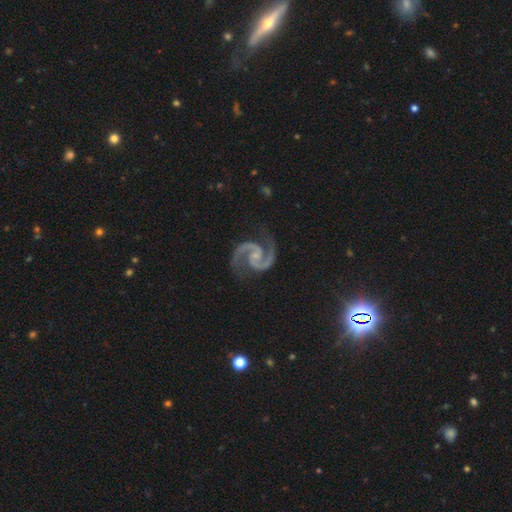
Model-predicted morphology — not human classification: A featured or disk galaxy (95%) with no bar (54%), 2 (95%) medium (68%) spiral arms (99%) and a small central bulge (59%).

Vote fractions:
- Smooth or featured? featured or disk: 95% / star or artifact: 3% / smooth: 2%
- Edge-on disk? no: 99% / yes: 1%
- Bar? no: 54% / weak: 34% / strong: 11%
- Spiral arms? yes: 99% / no: 1%
- Spiral winding? medium: 68% / tight: 23% / loose: 10%
- Spiral arm count? 2: 95% / 3: 1% / can't tell: 1% / 1: 1% / 4: 1% / more than 4: 1%
- Bulge size? small: 59% / none: 22% / moderate: 17% / large: 1% / dominant: 1%
- Merging? none: 80% / minor disturbance: 14% / major disturbance: 4% / merger: 2%